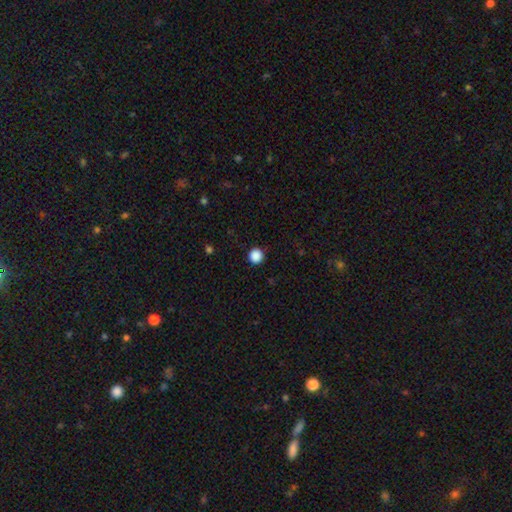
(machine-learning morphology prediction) smooth 88%, star or artifact 10%, featured or disk 2%. Down the decision tree: how rounded — round (95%); merging — none (92%).